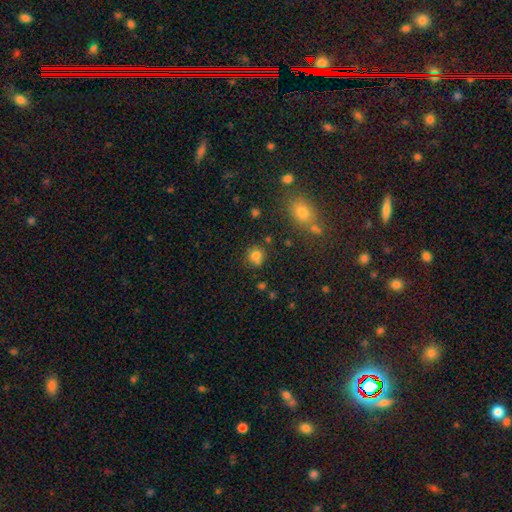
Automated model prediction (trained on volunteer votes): This appears to be a smooth galaxy with no disk features (80%) that is round (86%). Merging: none (76%).